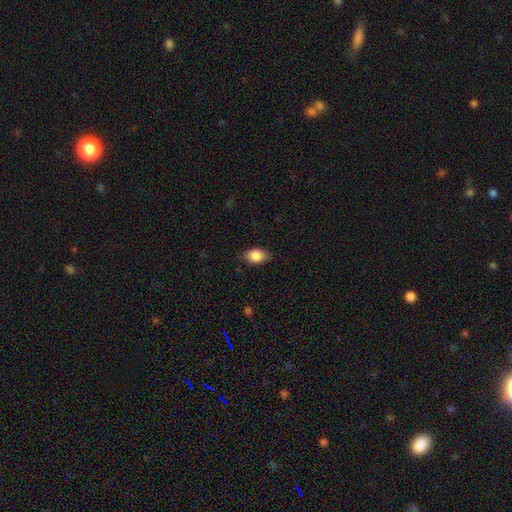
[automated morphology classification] Smooth or featured? Predicted: smooth (p=0.85). How rounded? Predicted: in between (p=0.84). Merging? Predicted: none (p=0.79).